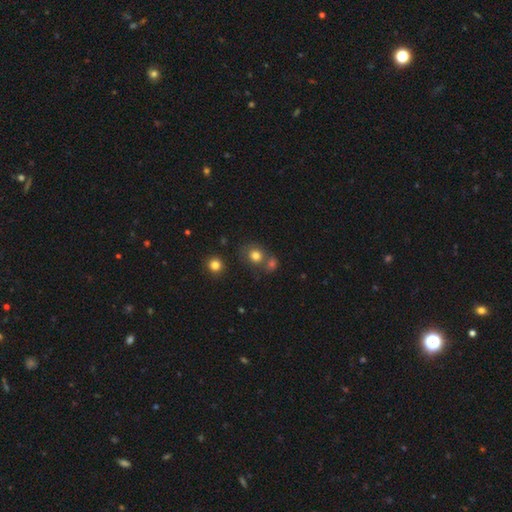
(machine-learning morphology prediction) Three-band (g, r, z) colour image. It shows a smooth galaxy with no disk features (78%) that is round (79%). Merging: none (59%).